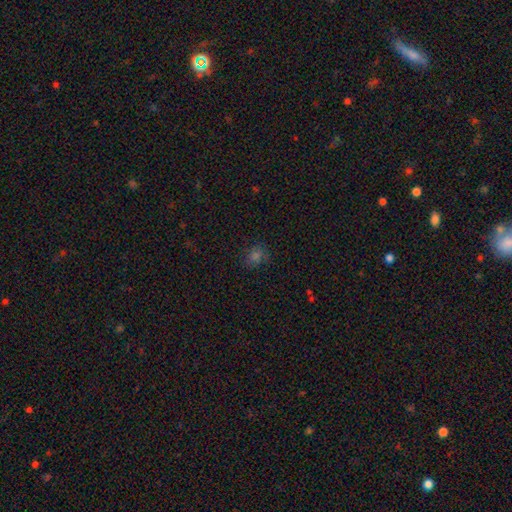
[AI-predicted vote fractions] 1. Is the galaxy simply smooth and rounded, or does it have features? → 67% smooth, 26% star or artifact, 7% featured or disk.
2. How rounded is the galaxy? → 65% round, 34% in between, 1% cigar-shaped.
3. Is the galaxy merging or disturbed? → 81% none, 13% minor disturbance, 4% major disturbance, 2% merger.